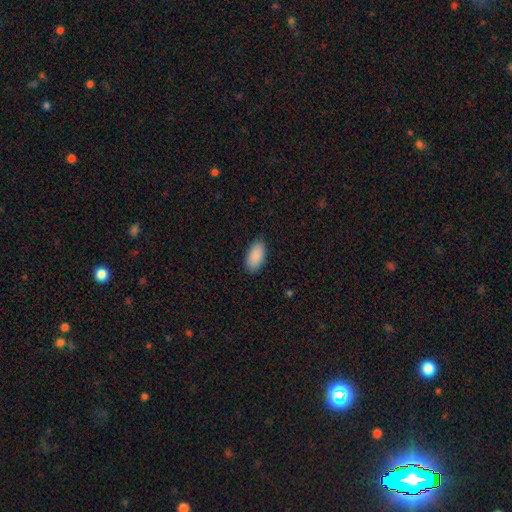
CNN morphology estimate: Smooth or featured?
  - smooth: 90% *
  - star or artifact: 6%
  - featured or disk: 3%
How rounded?
  - in between: 94% *
  - cigar-shaped: 4%
  - round: 2%
Merging?
  - none: 87% *
  - minor disturbance: 10%
  - major disturbance: 2%
  - merger: 1%